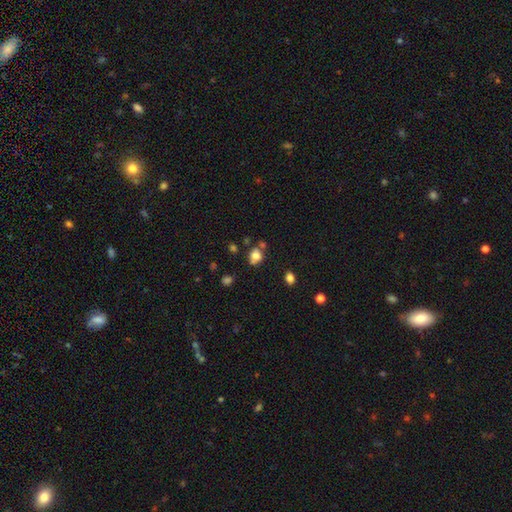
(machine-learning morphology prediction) Smooth or featured: smooth — 74% (featured or disk — 14%)
How rounded: round — 54% (in between — 45%)
Merging: none — 58% (minor disturbance — 18%)